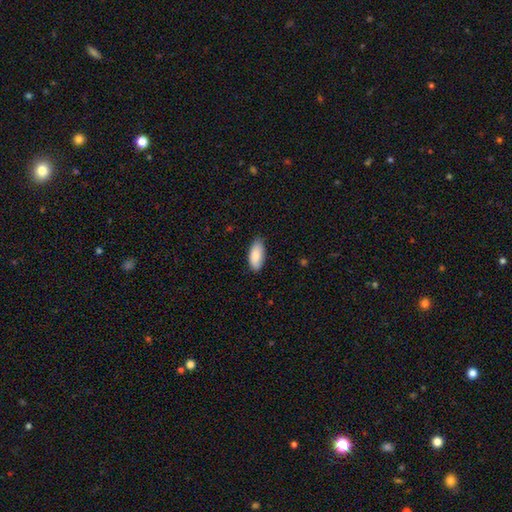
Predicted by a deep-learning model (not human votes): This appears to be a smooth galaxy with no disk features (85%) that is in between round and cigar-shaped (89%). Merging: none (83%).